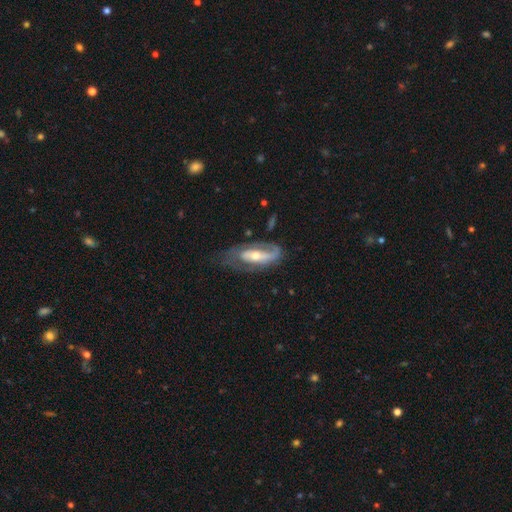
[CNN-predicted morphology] A featured or disk galaxy (76%) with no bar (40%), 2 (50%) medium (39%) spiral arms (82%) and a moderate central bulge (55%). Merging: none (47%).